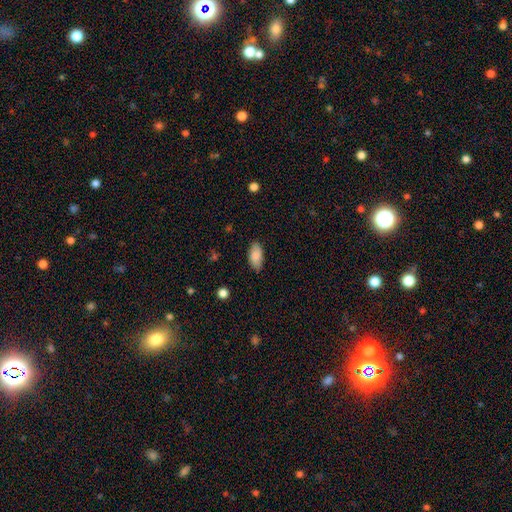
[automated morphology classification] smooth 86%, featured or disk 7%, star or artifact 7%. Down the decision tree: how rounded — in between (92%); merging — none (82%).